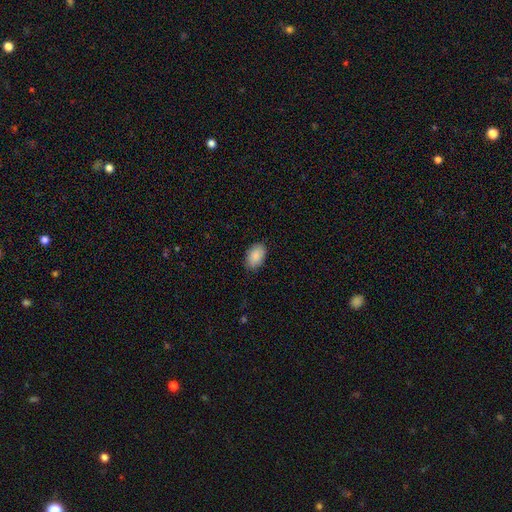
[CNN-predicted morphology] type=smooth (89%); roundness=in between (90%); merging=none (86%).